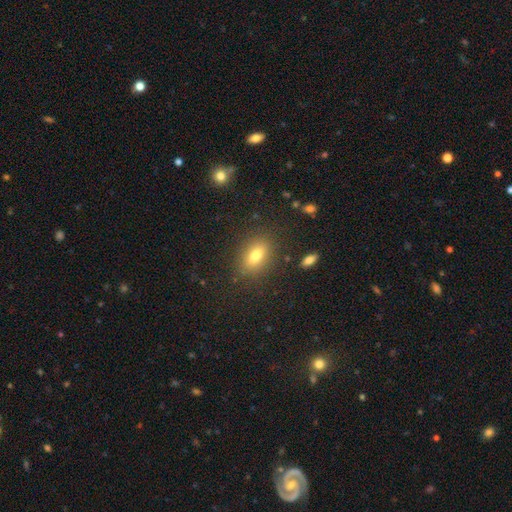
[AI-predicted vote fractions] This is likely a smooth galaxy (76%). How rounded: likely in between (80%). Merging: clearly none (85%).